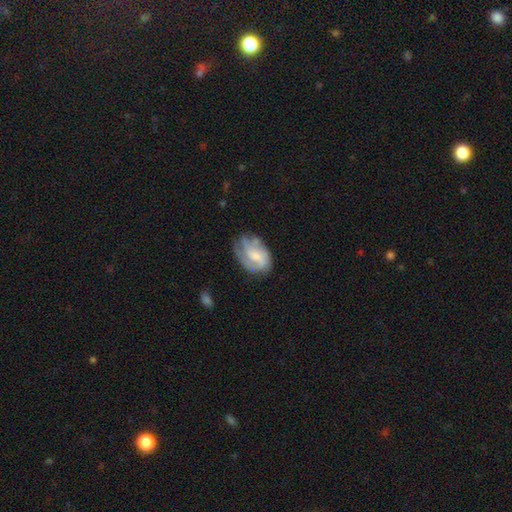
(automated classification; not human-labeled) Morphology: type=featured or disk (55%); edge-on=no (97%); bar=no (55%); spiral arms=yes (72%); bulge=moderate (41%); merging=none (53%).